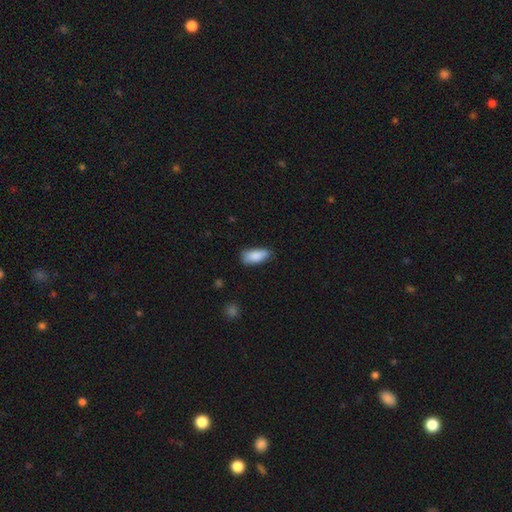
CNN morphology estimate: Smooth or featured?
  - smooth: 88% *
  - star or artifact: 7%
  - featured or disk: 6%
How rounded?
  - in between: 83% *
  - cigar-shaped: 14%
  - round: 2%
Merging?
  - none: 75% *
  - minor disturbance: 20%
  - major disturbance: 4%
  - merger: 1%